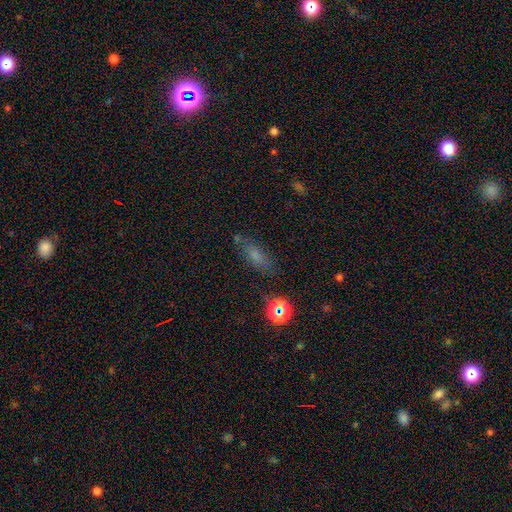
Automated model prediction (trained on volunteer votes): The model was most divided on "smooth or featured": smooth: 63%, star or artifact: 22%, featured or disk: 15%. More confident: merging — none (70%); how rounded — in between (68%).